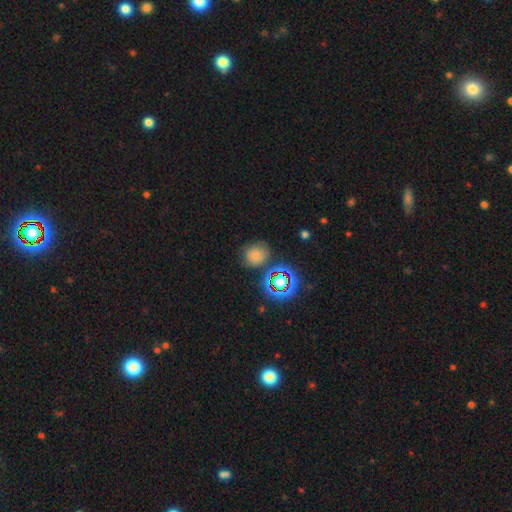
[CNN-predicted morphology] Smooth or featured: smooth — 67% (star or artifact — 23%)
How rounded: round — 76% (in between — 23%)
Merging: none — 72% (minor disturbance — 16%)